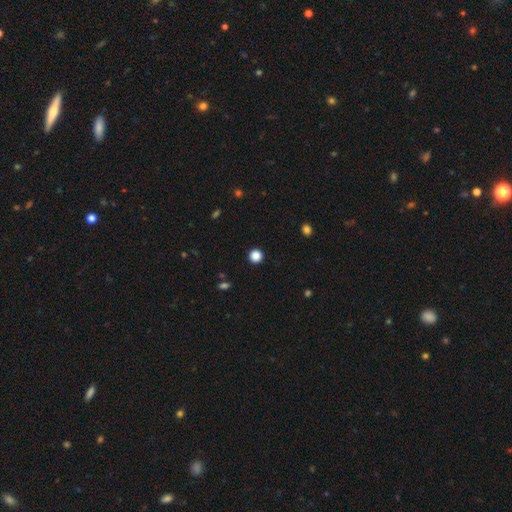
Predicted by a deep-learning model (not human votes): Overall: smooth (86%). How rounded: round (95%). Merging: none (93%).